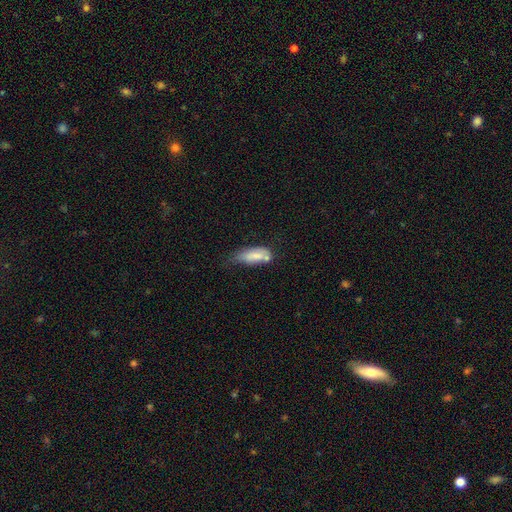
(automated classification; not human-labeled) smooth_or_featured: smooth (p=0.74) [alt: featured or disk p=0.18]
how_rounded: in between (p=0.73) [alt: cigar-shaped p=0.24]
merging: minor disturbance (p=0.35) [alt: none p=0.31]